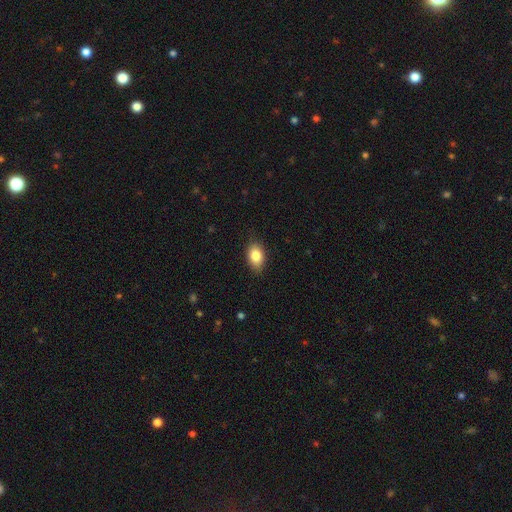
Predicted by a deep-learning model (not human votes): This appears to be a smooth galaxy with no disk features (84%) that is in between round and cigar-shaped (85%). Merging: none (82%).